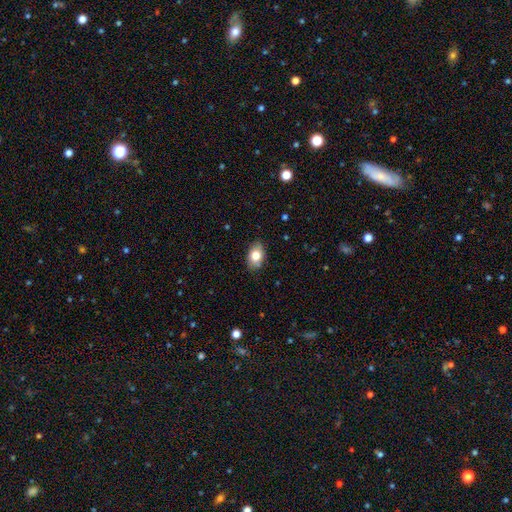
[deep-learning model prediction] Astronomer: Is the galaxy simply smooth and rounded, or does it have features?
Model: smooth — 78%.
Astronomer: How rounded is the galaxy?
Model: in between — 85%.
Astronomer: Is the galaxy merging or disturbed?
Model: none — 84%.